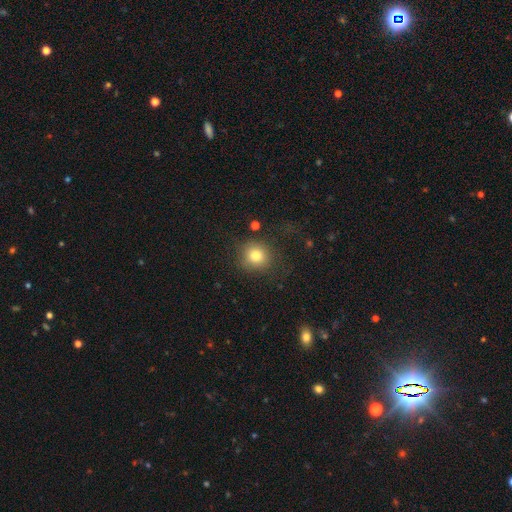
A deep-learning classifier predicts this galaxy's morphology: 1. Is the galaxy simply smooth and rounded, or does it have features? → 79% smooth, 12% star or artifact, 9% featured or disk.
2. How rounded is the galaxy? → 88% round, 11% in between, 1% cigar-shaped.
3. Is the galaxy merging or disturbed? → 79% none, 12% minor disturbance, 6% major disturbance, 2% merger.